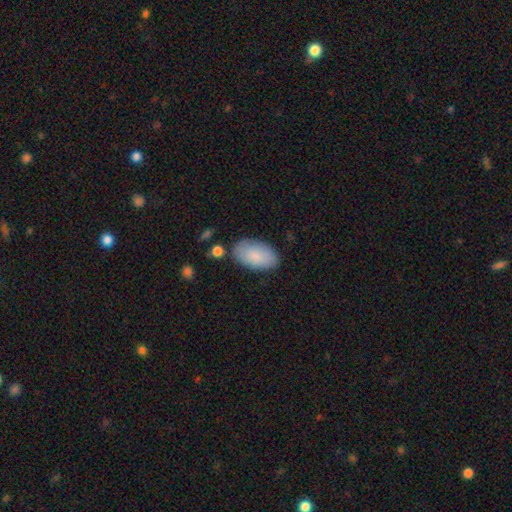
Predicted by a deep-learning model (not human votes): Morphology: type=smooth (86%); roundness=in between (95%); merging=none (79%).